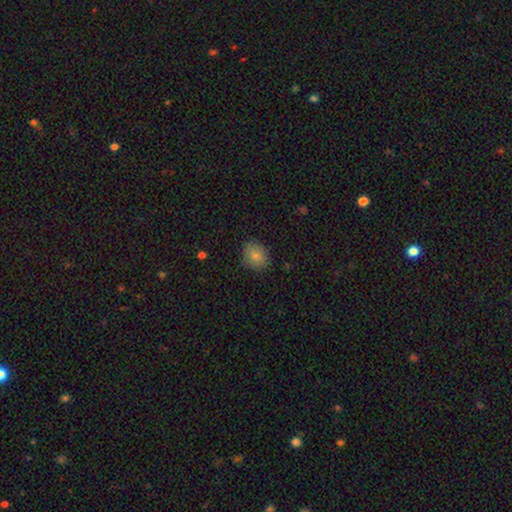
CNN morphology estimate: type=smooth (82%); roundness=round (65%); merging=none (81%).